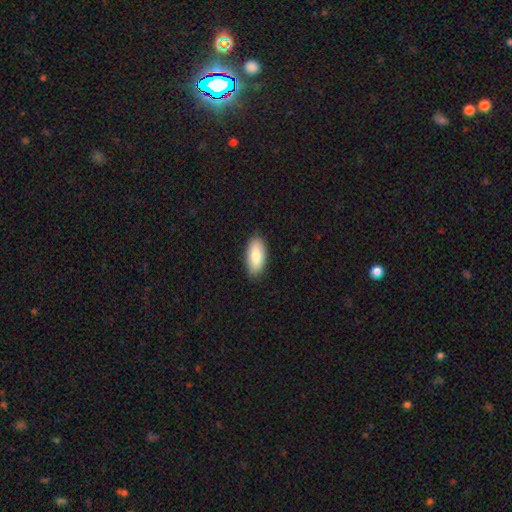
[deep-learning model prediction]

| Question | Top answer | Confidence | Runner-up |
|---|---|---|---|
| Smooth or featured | smooth | 82% | featured or disk (12%) |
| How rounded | in between | 91% | cigar-shaped (7%) |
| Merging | none | 88% | minor disturbance (10%) |